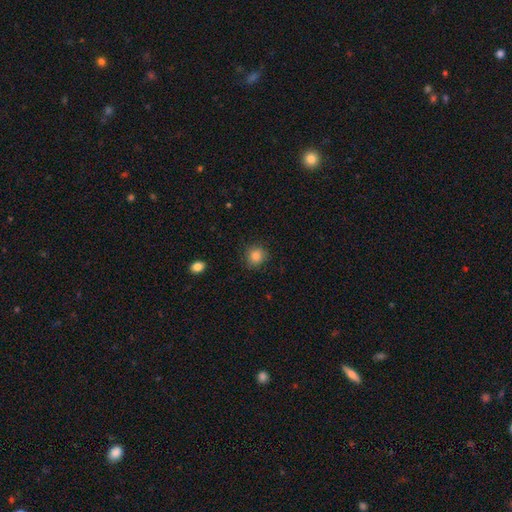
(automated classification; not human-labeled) Smooth or featured? smooth (86%)
How rounded? round (87%)
Merging? none (85%)